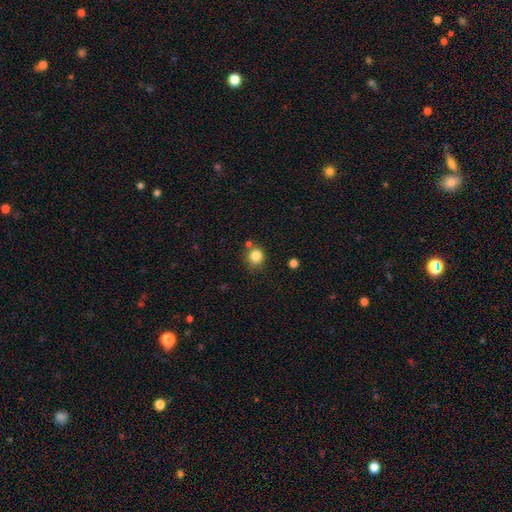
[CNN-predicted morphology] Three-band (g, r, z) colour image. It shows a smooth galaxy with no disk features (84%) that is round (87%). Merging: none (73%).